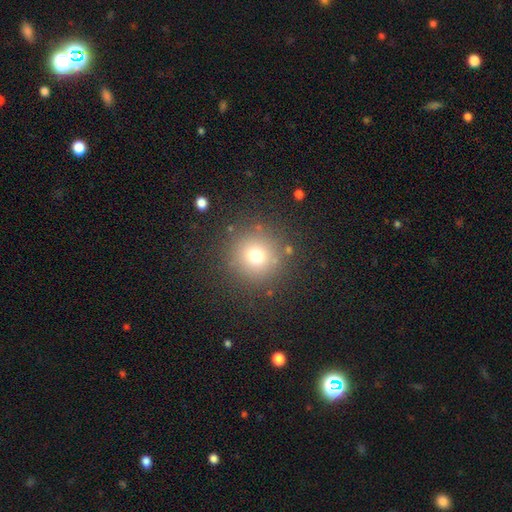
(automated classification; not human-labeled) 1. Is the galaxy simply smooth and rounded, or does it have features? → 72% smooth, 18% star or artifact, 11% featured or disk.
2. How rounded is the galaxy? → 94% round, 5% in between, 1% cigar-shaped.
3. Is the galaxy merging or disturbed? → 85% none, 8% minor disturbance, 4% major disturbance, 3% merger.